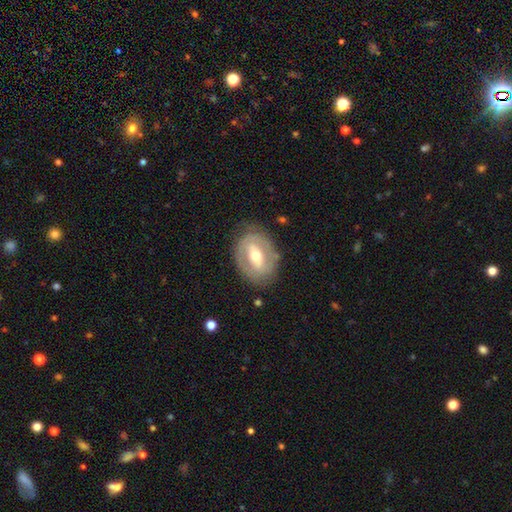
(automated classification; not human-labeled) Smooth or featured? featured or disk (70%)
Edge-on disk? no (93%)
Bar? strong (45%)
Spiral arms? no (53%)
Bulge size? moderate (70%)
Merging? none (77%)